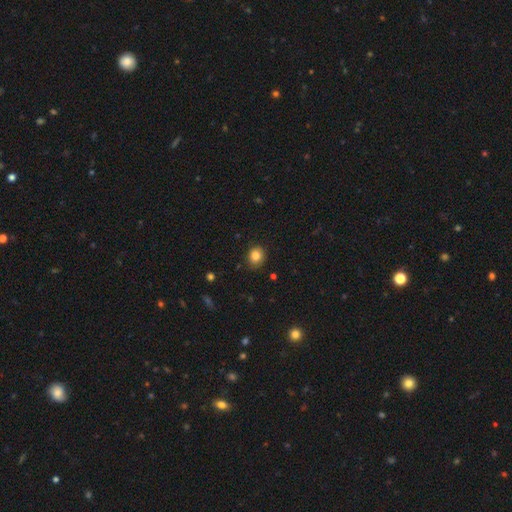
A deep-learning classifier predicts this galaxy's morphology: Smooth or featured: smooth — 84% (star or artifact — 11%)
How rounded: round — 72% (in between — 27%)
Merging: none — 83% (minor disturbance — 13%)